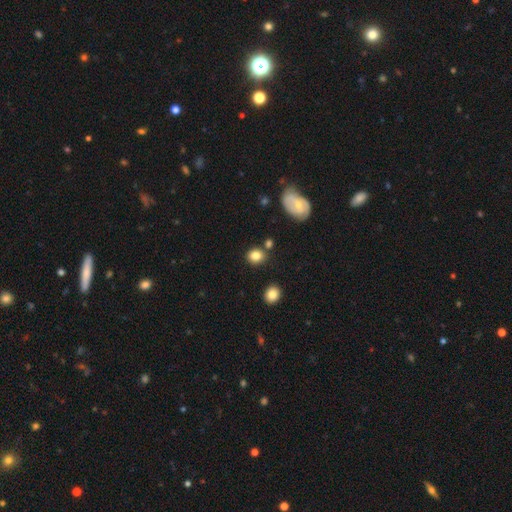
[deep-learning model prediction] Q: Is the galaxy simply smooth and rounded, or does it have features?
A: smooth — 83%.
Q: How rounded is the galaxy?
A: round — 61%.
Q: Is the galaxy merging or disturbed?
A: none — 78%.